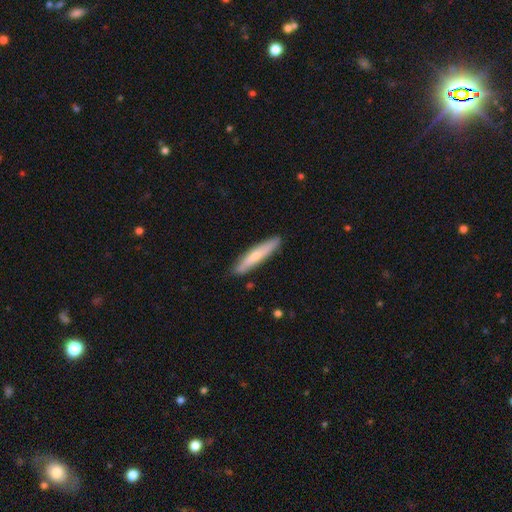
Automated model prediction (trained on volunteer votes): The model was most divided on "smooth or featured": smooth: 62%, featured or disk: 32%, star or artifact: 5%. More confident: how rounded — cigar-shaped (89%); merging — none (87%).